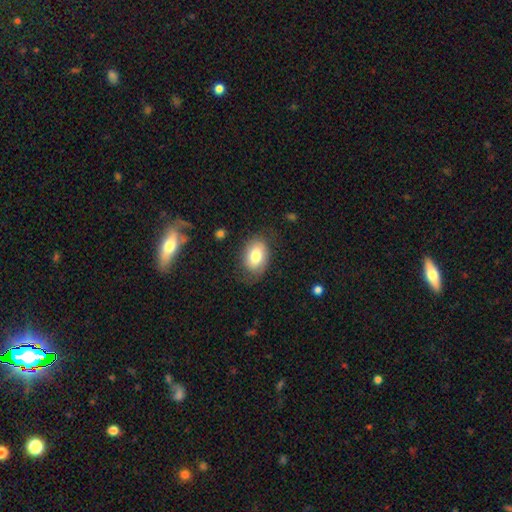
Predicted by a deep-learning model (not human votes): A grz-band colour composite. It shows a smooth galaxy with no disk features (74%) that is in between round and cigar-shaped (80%). Merging: none (71%).